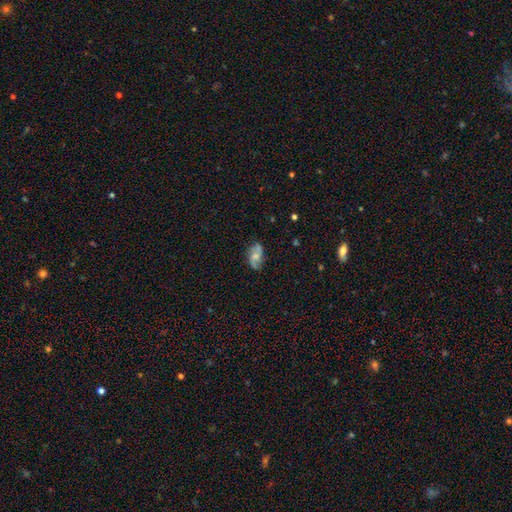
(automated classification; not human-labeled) smooth_or_featured: featured or disk (p=0.56) [alt: smooth p=0.35]
disk_edge_on: no (p=0.95) [alt: yes p=0.05]
bar: no (p=0.59) [alt: weak p=0.33]
has_spiral_arms: yes (p=0.85) [alt: no p=0.15]
bulge_size: moderate (p=0.41) [alt: small p=0.36]
merging: none (p=0.68) [alt: minor disturbance p=0.21]